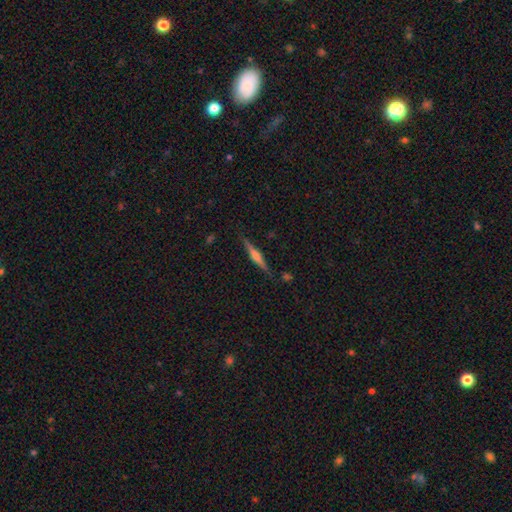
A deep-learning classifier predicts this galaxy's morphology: Smooth or featured?
  - featured or disk: 74% *
  - smooth: 19%
  - star or artifact: 7%
Edge-on disk?
  - yes: 98% *
  - no: 2%
Edge-on bulge?
  - rounded: 79% *
  - boxy: 15%
  - none: 7%
Merging?
  - none: 88% *
  - minor disturbance: 8%
  - major disturbance: 2%
  - merger: 2%